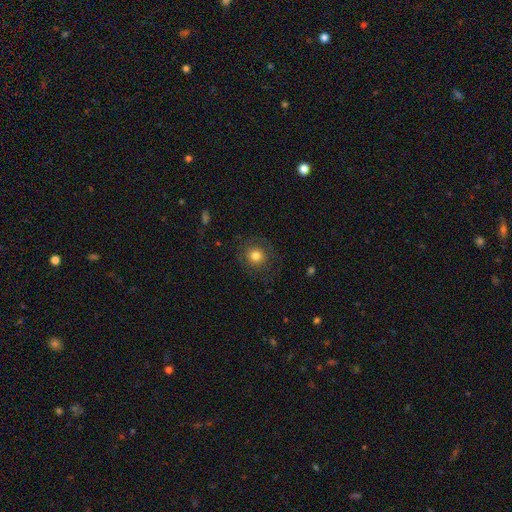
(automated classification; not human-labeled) Morphology: type=smooth (77%); roundness=round (91%); merging=none (82%).